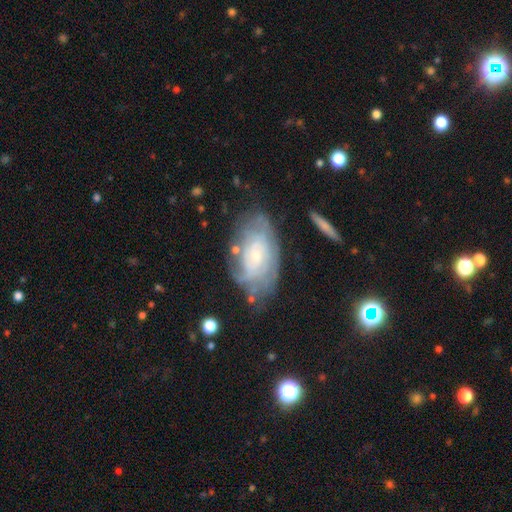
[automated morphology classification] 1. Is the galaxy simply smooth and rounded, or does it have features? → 72% featured or disk, 21% smooth, 7% star or artifact.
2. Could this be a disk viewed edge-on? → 94% no, 6% yes.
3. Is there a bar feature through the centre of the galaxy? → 71% no, 24% weak, 4% strong.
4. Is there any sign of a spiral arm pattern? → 84% yes, 16% no.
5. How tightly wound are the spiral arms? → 65% tight, 26% medium, 9% loose.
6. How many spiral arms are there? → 58% can't tell, 15% 2, 10% 3, 8% 4, 5% more than 4, 4% 1.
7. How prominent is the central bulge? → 70% small, 22% moderate, 4% none, 2% large, 1% dominant.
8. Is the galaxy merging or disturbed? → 61% none, 24% minor disturbance, 11% major disturbance, 4% merger.